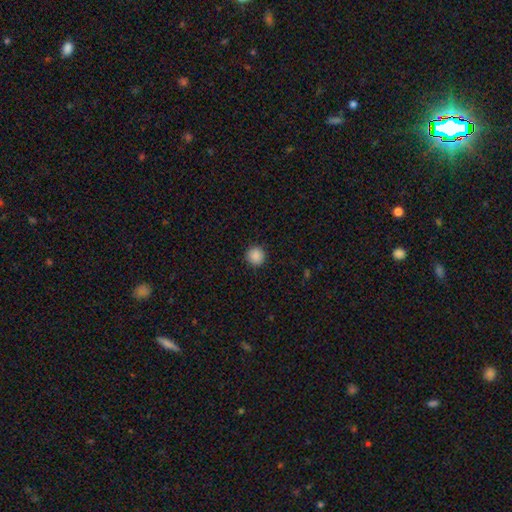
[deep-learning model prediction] Q: Smooth or featured?
A: smooth (88%); runner-up: star or artifact (10%)
Q: How rounded?
A: round (95%); runner-up: in between (4%)
Q: Merging?
A: none (92%); runner-up: minor disturbance (5%)